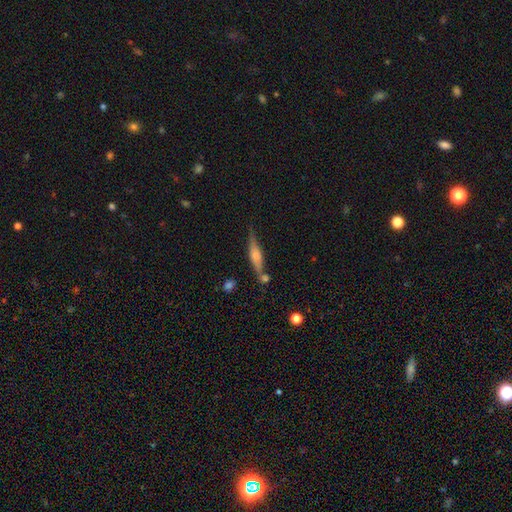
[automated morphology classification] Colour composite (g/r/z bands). It shows a featured or disk galaxy (52%) viewed edge-on (93%). Merging: none (63%).